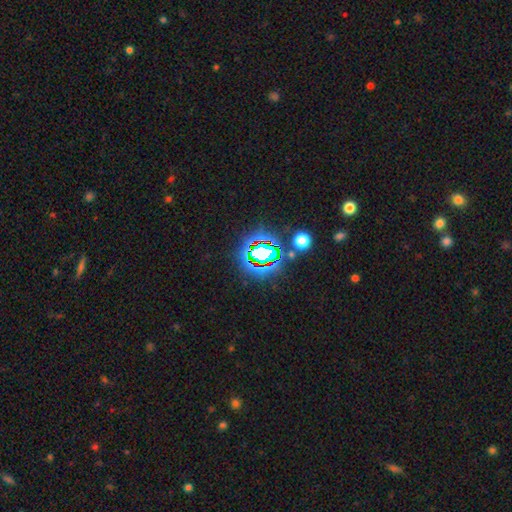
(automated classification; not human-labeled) Smooth or featured? star or artifact (80%)